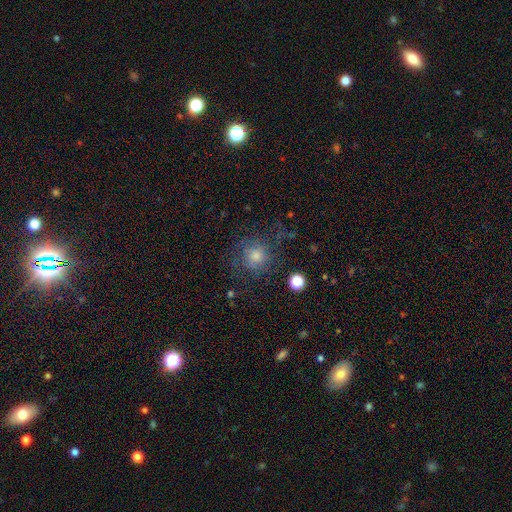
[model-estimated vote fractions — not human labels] Smooth or featured: smooth — 51% (featured or disk — 30%)
How rounded: round — 87% (in between — 11%)
Merging: none — 68% (minor disturbance — 16%)